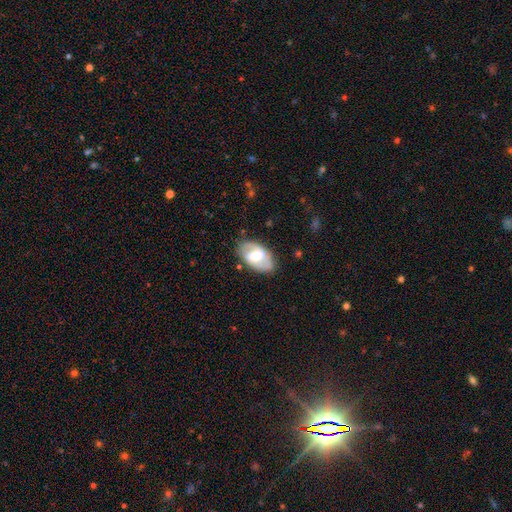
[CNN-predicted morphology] This appears to be a featured or disk galaxy (63%) with a weak bar (46%), spiral arms (72%) and a moderate central bulge (67%). Merging: none (81%).